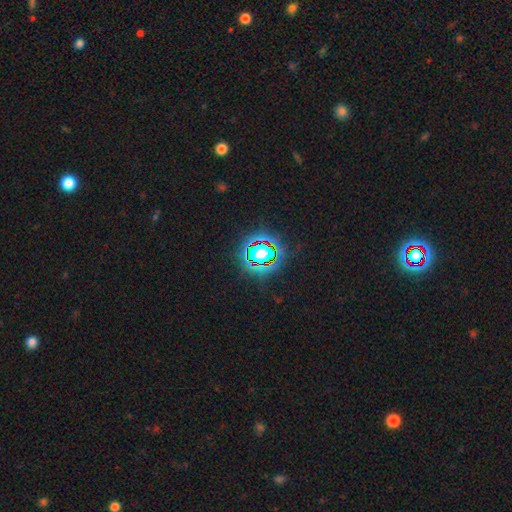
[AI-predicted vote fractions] A star or artifact, not a galaxy (81%).

Vote fractions:
- Smooth or featured? star or artifact: 81% / smooth: 11% / featured or disk: 7%